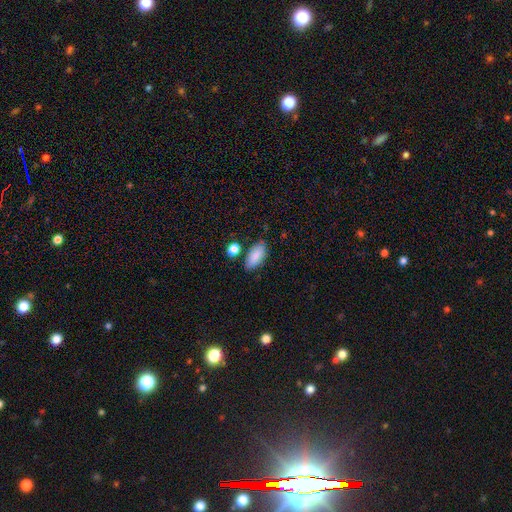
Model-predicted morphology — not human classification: smooth_or_featured: smooth (p=0.87) [alt: featured or disk p=0.07]
how_rounded: in between (p=0.90) [alt: cigar-shaped p=0.08]
merging: none (p=0.75) [alt: minor disturbance p=0.15]